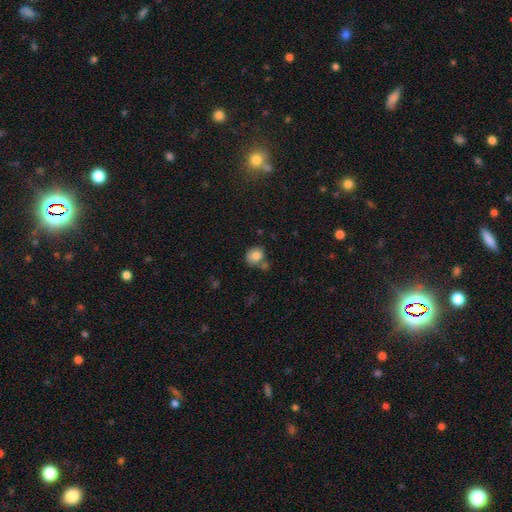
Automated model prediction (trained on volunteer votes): This appears to be a smooth galaxy with no disk features (81%) that is round (72%). Merging: none (57%).